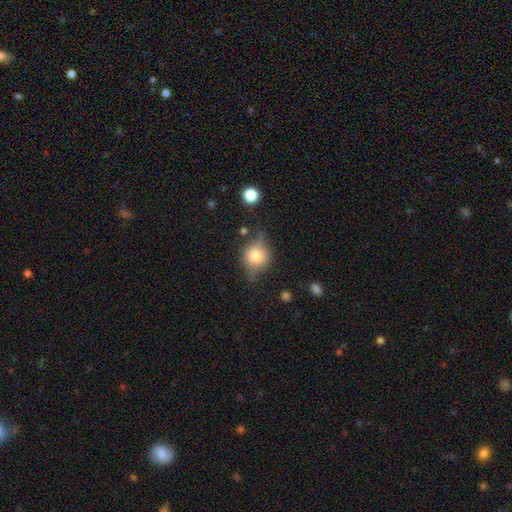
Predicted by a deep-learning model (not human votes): This appears to be a smooth galaxy with no disk features (59%) that is round (66%). Merging: none (58%).